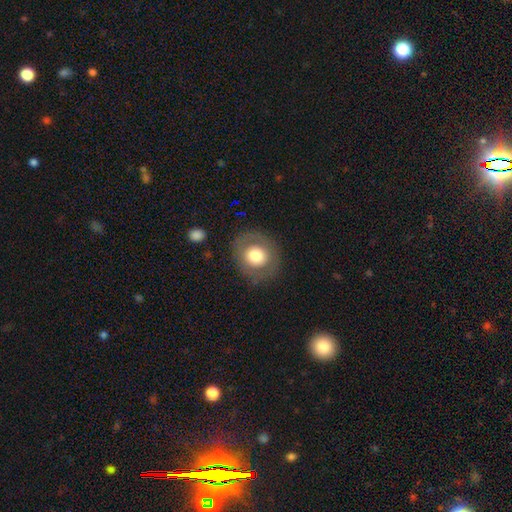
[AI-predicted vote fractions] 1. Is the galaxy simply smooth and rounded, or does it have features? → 67% smooth, 24% featured or disk, 9% star or artifact.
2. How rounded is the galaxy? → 82% round, 17% in between, 1% cigar-shaped.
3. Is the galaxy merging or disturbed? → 83% none, 10% minor disturbance, 5% major disturbance, 1% merger.